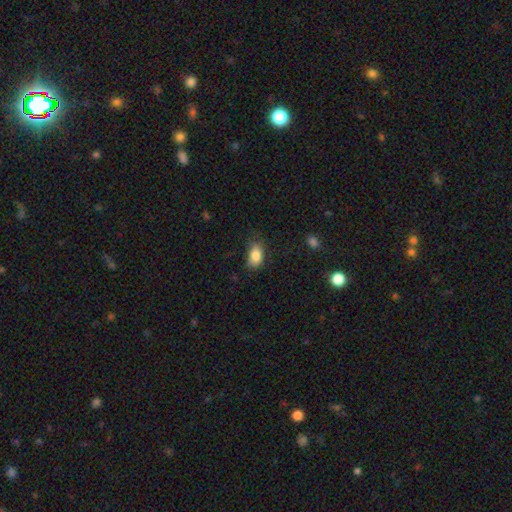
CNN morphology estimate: smooth-or-featured: smooth: 85% | star or artifact: 9% | featured or disk: 7%
  how-rounded: in between: 86% | round: 12% | cigar-shaped: 2%
  merging: none: 68% | minor disturbance: 24% | major disturbance: 6% | merger: 1%